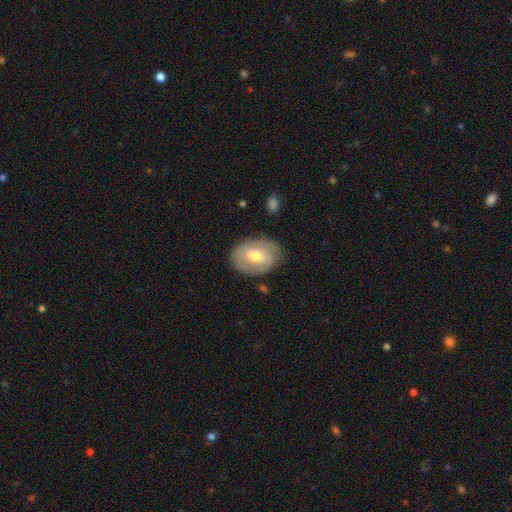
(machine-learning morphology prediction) Overall: featured or disk (51%; smooth 43%). Edge-on disk: no (94%). Merging: none (78%).